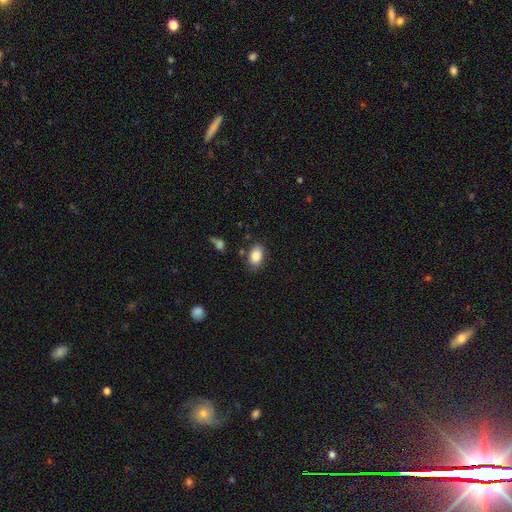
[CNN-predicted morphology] A smooth galaxy with no disk features (87%) that is in between round and cigar-shaped (88%).

Vote fractions:
- Smooth or featured? smooth: 87% / star or artifact: 8% / featured or disk: 5%
- How rounded? in between: 88% / round: 10% / cigar-shaped: 2%
- Merging? none: 78% / minor disturbance: 15% / major disturbance: 4% / merger: 3%